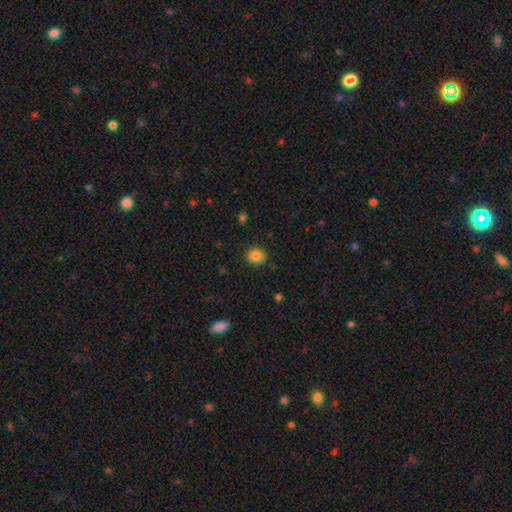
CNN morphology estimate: smooth-or-featured: smooth: 85% | star or artifact: 10% | featured or disk: 5%
  how-rounded: round: 58% | in between: 41% | cigar-shaped: 1%
  merging: none: 84% | minor disturbance: 11% | major disturbance: 3% | merger: 2%